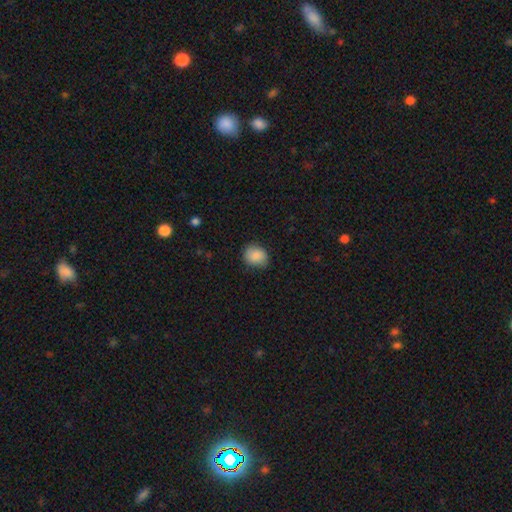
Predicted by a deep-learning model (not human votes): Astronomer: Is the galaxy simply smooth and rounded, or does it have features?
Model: smooth — 87%.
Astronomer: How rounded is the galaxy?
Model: round — 64%.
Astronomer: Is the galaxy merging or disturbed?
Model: none — 80%.